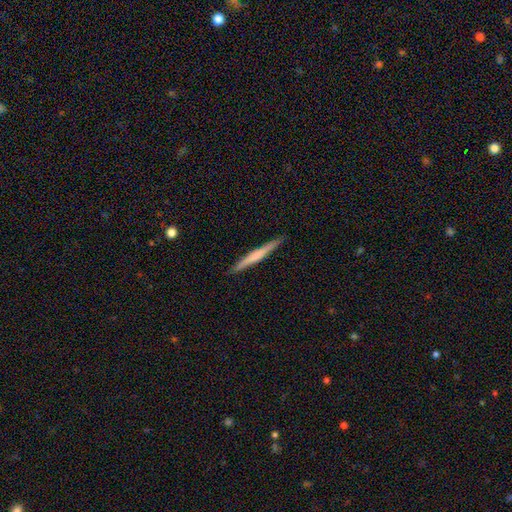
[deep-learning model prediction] The model was most divided on "smooth or featured": smooth: 48%, featured or disk: 47%, star or artifact: 5%. More confident: merging — none (92%).